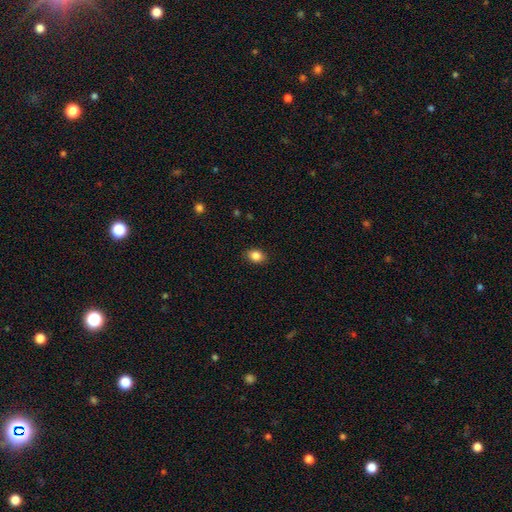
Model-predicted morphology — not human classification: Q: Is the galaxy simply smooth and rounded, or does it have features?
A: smooth — 86%.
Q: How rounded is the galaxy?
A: in between — 67%.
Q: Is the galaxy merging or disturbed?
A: none — 88%.